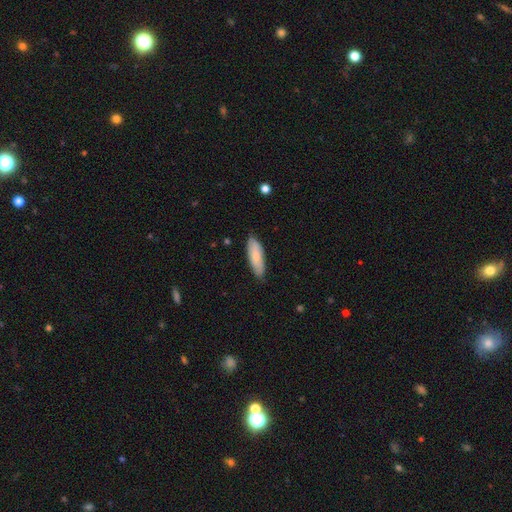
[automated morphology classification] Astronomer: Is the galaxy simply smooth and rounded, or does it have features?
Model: smooth — 78%.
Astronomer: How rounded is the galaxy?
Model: in between — 57% (runner-up: cigar-shaped, 41%).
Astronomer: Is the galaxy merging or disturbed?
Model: none — 81%.